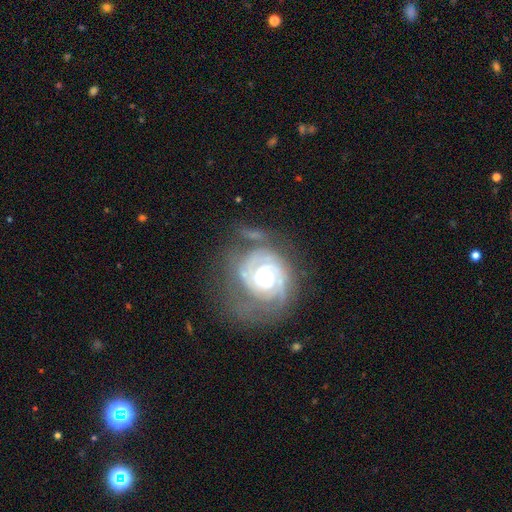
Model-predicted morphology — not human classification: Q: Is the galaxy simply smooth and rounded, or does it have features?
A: featured or disk — 73%.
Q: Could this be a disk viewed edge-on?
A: no — 97%.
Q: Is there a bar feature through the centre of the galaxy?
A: no — 69%.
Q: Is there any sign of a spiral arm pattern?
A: yes — 81%.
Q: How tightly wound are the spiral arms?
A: tight — 58%.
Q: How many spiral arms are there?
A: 2 — 40%.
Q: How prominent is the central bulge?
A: moderate — 62%.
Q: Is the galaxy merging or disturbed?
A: none — 55%.